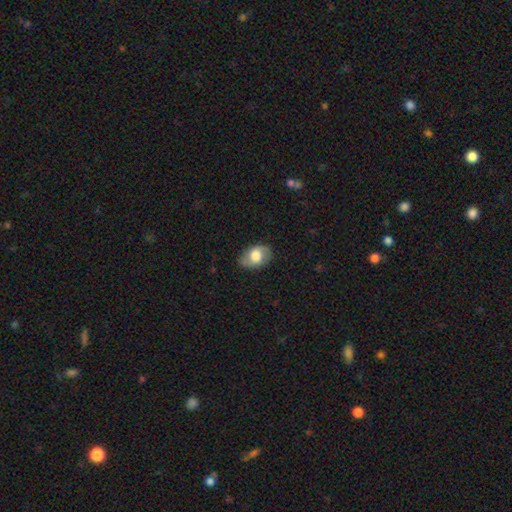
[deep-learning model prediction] smooth_or_featured: smooth (p=0.55) [alt: featured or disk p=0.37]
how_rounded: in between (p=0.86) [alt: round p=0.13]
merging: none (p=0.81) [alt: minor disturbance p=0.14]